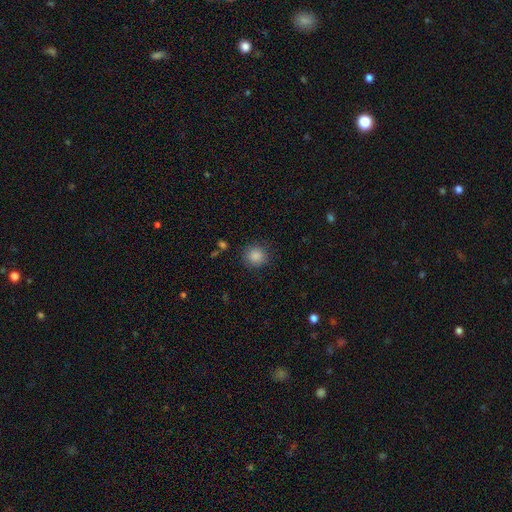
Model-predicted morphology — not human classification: A smooth galaxy with no disk features (87%) that is round (89%). Merging: none (87%).